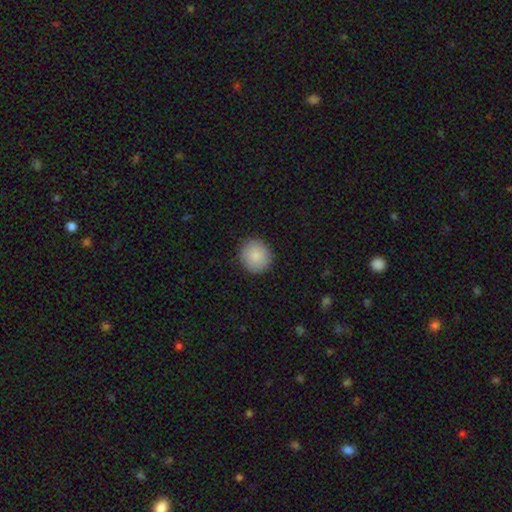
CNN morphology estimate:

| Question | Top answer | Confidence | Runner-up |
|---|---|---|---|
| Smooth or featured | smooth | 87% | star or artifact (7%) |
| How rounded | round | 90% | in between (9%) |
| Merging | none | 89% | minor disturbance (8%) |